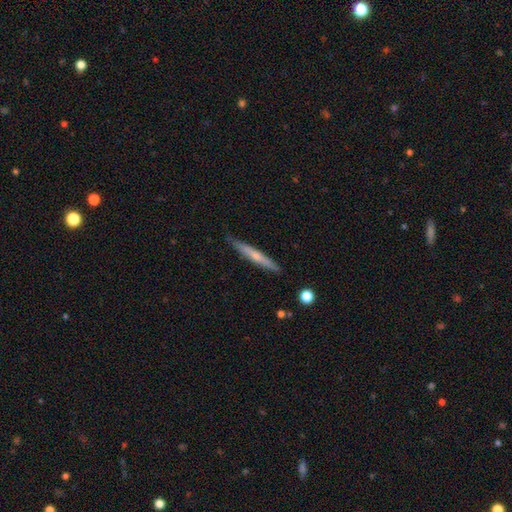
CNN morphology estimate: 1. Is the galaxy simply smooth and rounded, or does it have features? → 48% featured or disk, 46% smooth, 6% star or artifact.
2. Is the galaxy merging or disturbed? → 86% none, 11% minor disturbance, 2% major disturbance, 1% merger.